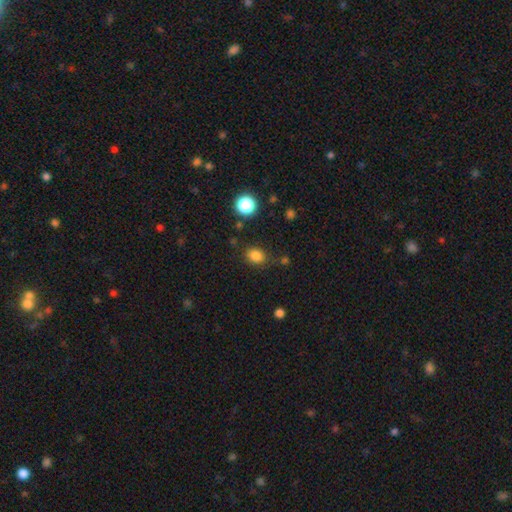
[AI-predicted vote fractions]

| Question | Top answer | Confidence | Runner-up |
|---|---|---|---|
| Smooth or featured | smooth | 83% | star or artifact (13%) |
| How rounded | in between | 52% | round (47%) |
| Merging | none | 80% | minor disturbance (13%) |